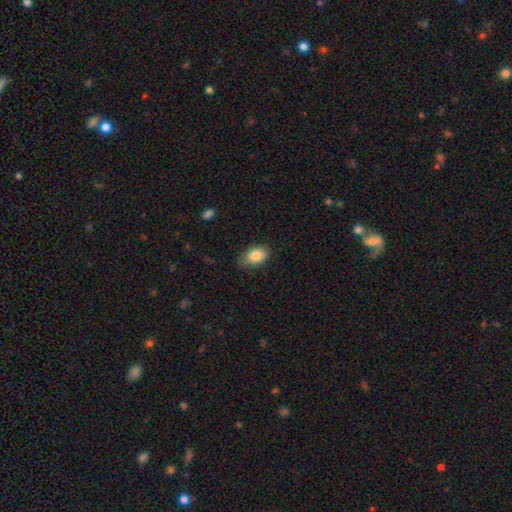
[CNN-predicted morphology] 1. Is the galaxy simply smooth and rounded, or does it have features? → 86% smooth, 7% star or artifact, 6% featured or disk.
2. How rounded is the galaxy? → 84% in between, 15% round, 1% cigar-shaped.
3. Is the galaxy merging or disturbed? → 75% none, 20% minor disturbance, 4% major disturbance, 1% merger.